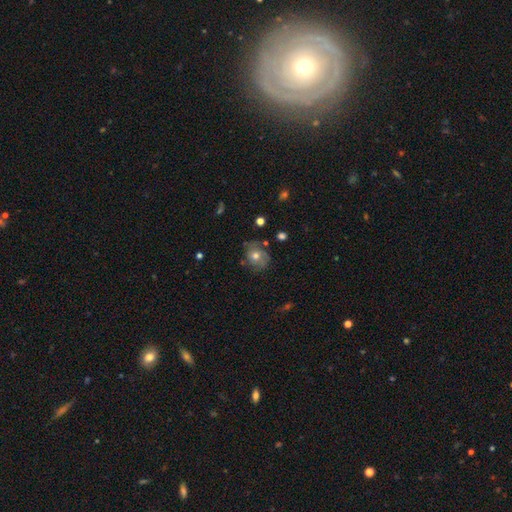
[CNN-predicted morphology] Overall: smooth (51%; featured or disk 39%). How rounded: round (69%; in between 30%). Merging: none (64%).